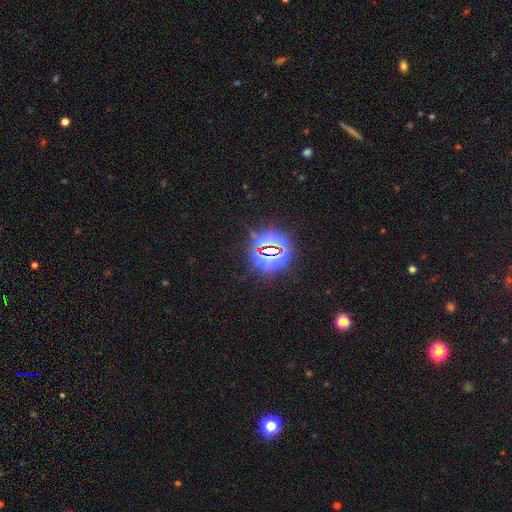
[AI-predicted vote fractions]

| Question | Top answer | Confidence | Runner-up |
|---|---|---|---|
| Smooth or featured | star or artifact | 82% | smooth (11%) |